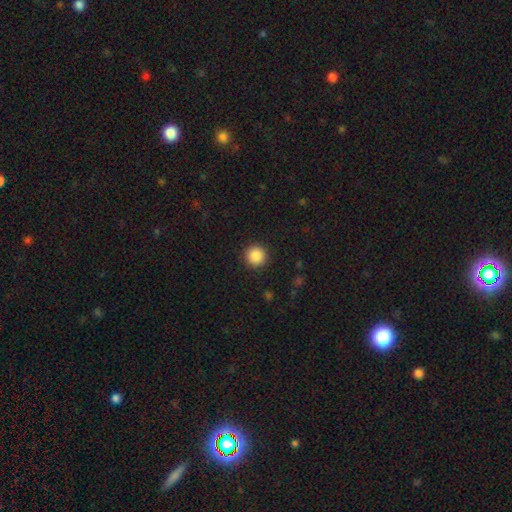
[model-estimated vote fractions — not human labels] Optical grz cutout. It shows a smooth galaxy with no disk features (87%) that is round (96%). Merging: none (92%).